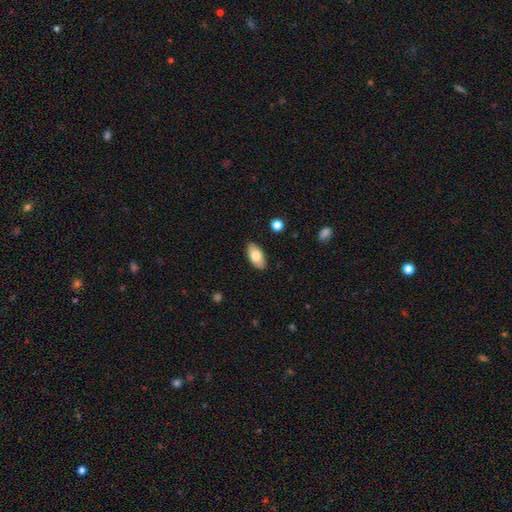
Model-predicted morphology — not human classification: Overall: smooth (80%). How rounded: in between (93%). Merging: none (87%).